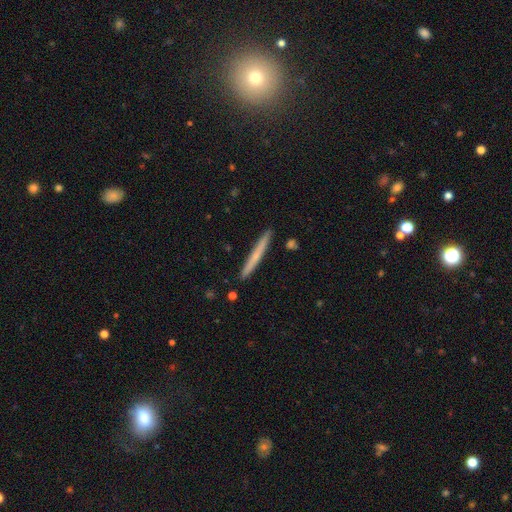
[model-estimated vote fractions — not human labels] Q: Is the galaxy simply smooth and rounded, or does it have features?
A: smooth — 58%.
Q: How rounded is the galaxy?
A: cigar-shaped — 97%.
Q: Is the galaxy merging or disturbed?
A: none — 91%.